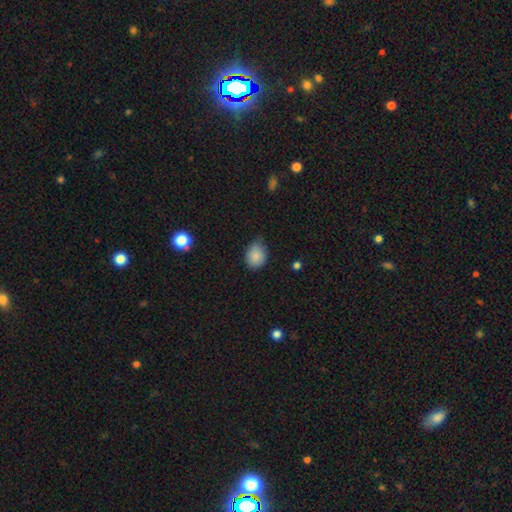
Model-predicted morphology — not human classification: Smooth or featured? Predicted: smooth (p=0.87). How rounded? Predicted: in between (p=0.59). Merging? Predicted: none (p=0.63).